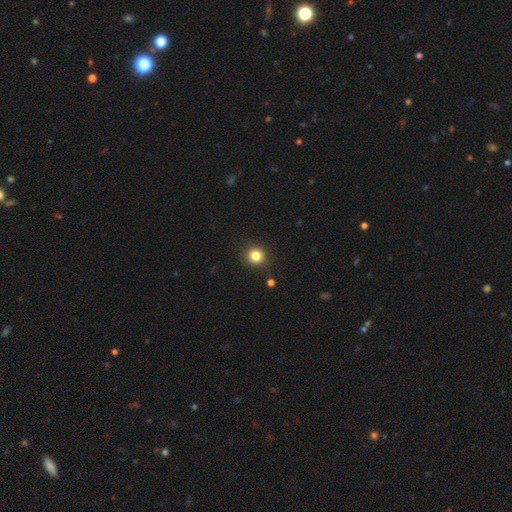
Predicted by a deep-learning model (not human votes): Q: Smooth or featured?
A: smooth (82%); runner-up: star or artifact (13%)
Q: How rounded?
A: round (92%); runner-up: in between (7%)
Q: Merging?
A: none (91%); runner-up: minor disturbance (6%)